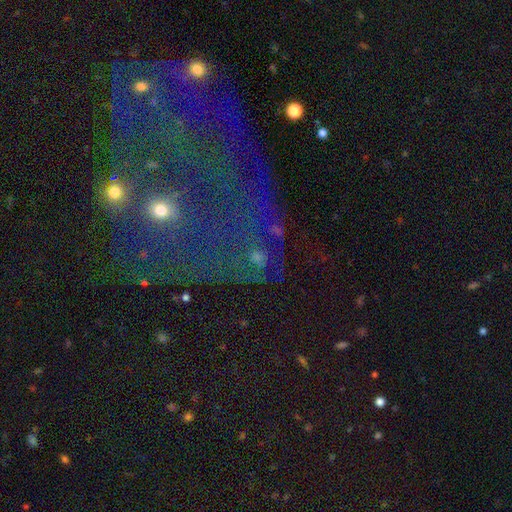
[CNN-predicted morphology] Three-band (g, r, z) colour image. It shows a star or artifact, not a galaxy (54%).